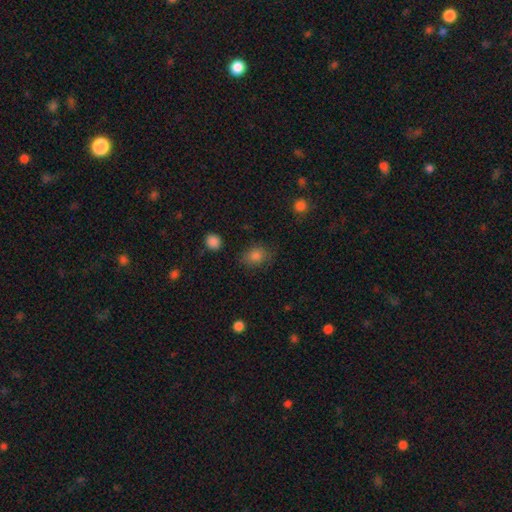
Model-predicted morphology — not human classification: A smooth galaxy with no disk features (81%) that is in between round and cigar-shaped (52%). Merging: none (77%).